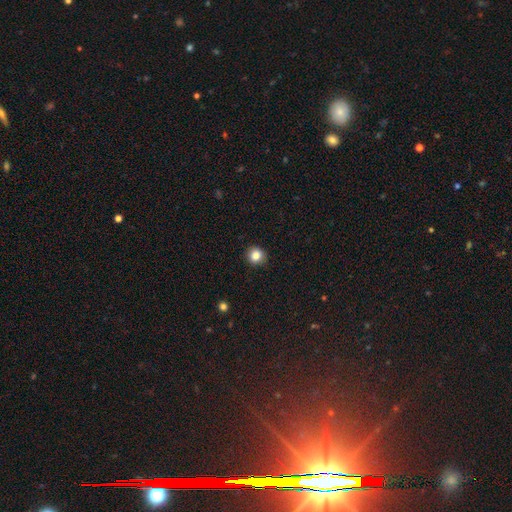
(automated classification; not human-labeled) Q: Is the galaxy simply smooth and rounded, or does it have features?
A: smooth — 85%.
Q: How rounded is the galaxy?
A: round — 88%.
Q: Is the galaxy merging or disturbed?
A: none — 89%.